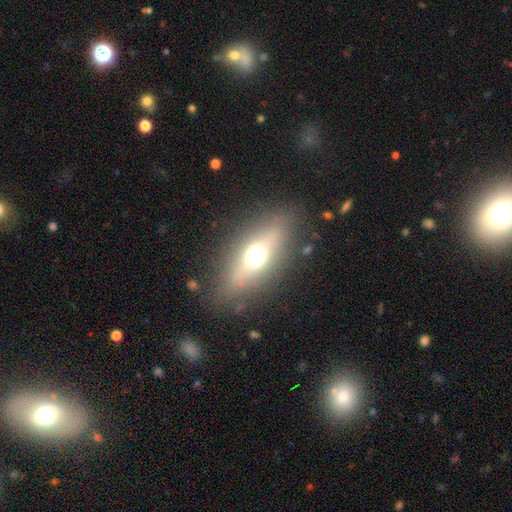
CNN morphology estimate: smooth-or-featured: smooth: 47% | featured or disk: 40% | star or artifact: 13%
  merging: none: 84% | minor disturbance: 10% | major disturbance: 5% | merger: 1%